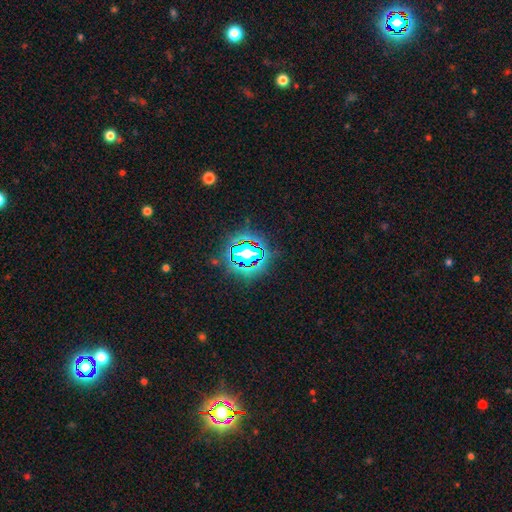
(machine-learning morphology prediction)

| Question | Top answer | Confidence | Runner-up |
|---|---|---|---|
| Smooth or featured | star or artifact | 82% | smooth (11%) |